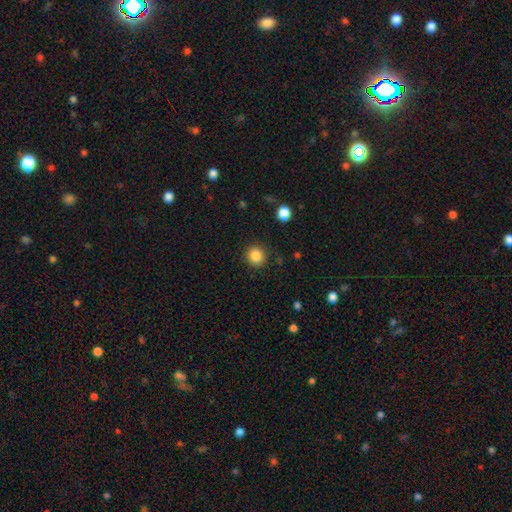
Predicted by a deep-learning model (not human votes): A smooth galaxy with no disk features (86%) that is round (87%). Merging: none (89%).